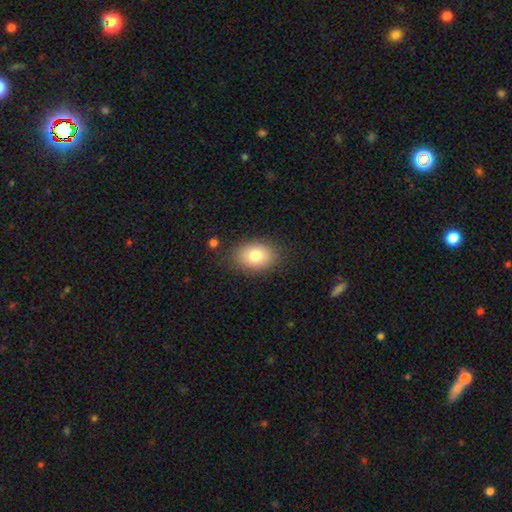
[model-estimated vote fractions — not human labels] The model was most divided on "how rounded": in between: 77%, round: 21%, cigar-shaped: 1%. More confident: merging — none (84%); smooth or featured — smooth (82%).